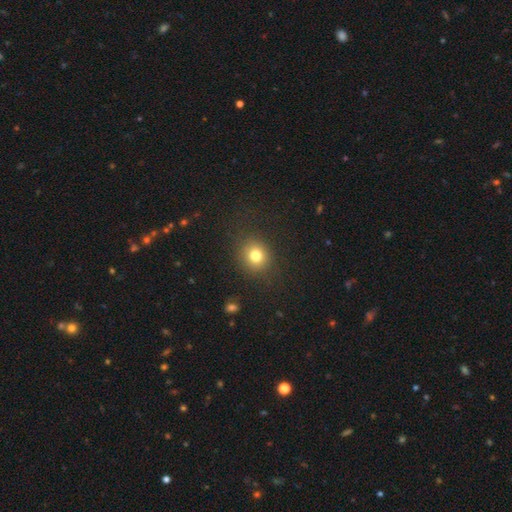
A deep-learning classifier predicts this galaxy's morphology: This appears to be a smooth galaxy with no disk features (79%) that is round (81%). Merging: none (86%).